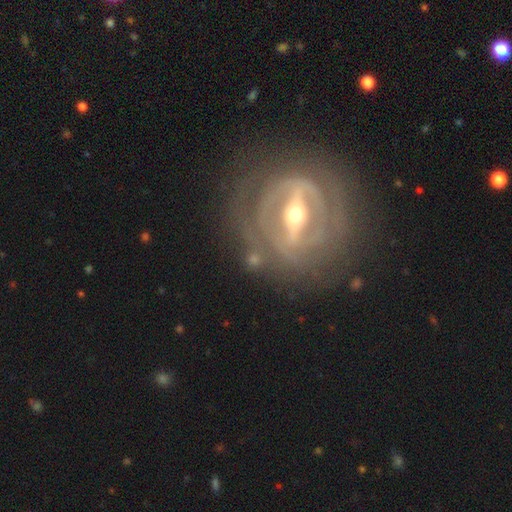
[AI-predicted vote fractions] Smooth or featured? featured or disk (80%)
Edge-on disk? no (83%)
Bar? strong (71%)
Spiral arms? yes (62%)
Bulge size? moderate (59%)
Merging? none (71%)